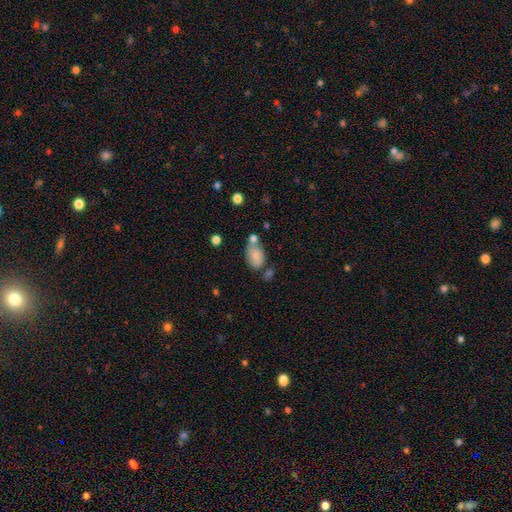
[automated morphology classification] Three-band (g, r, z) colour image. It shows a smooth galaxy with no disk features (81%) that is in between round and cigar-shaped (88%). Merging: none (49%).